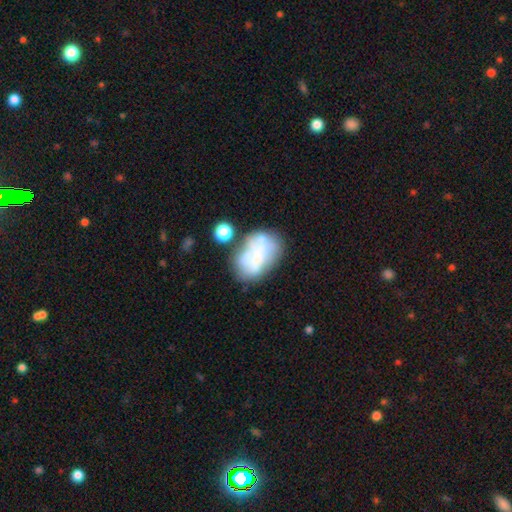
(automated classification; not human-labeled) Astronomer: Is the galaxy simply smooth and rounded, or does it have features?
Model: featured or disk — 46% (runner-up: smooth, 43%).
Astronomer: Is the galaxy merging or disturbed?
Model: none — 40% (runner-up: minor disturbance, 22%).